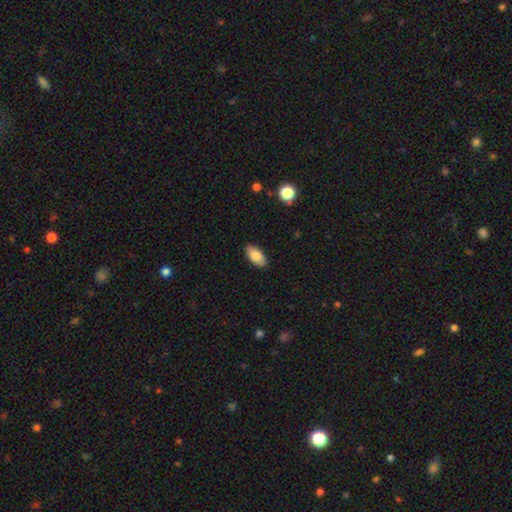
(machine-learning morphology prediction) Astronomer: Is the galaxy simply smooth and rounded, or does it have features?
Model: smooth — 84%.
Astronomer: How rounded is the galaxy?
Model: in between — 92%.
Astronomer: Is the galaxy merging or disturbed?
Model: none — 88%.